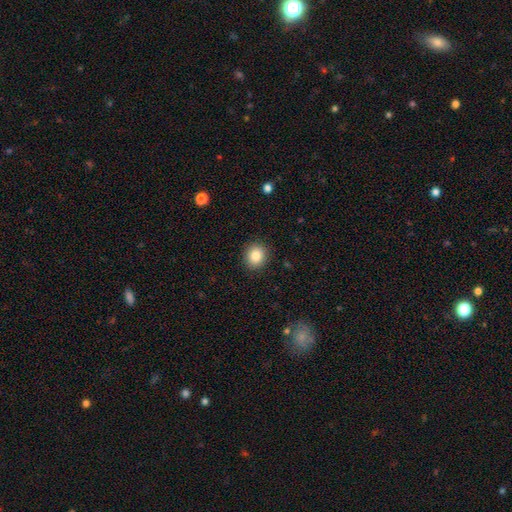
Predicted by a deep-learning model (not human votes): Q: Smooth or featured?
A: smooth (85%); runner-up: star or artifact (9%)
Q: How rounded?
A: round (82%); runner-up: in between (18%)
Q: Merging?
A: none (90%); runner-up: minor disturbance (7%)